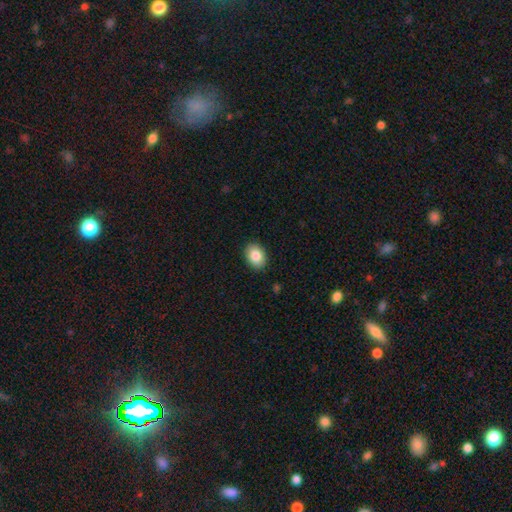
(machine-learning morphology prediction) smooth_or_featured: smooth (p=0.86) [alt: star or artifact p=0.08]
how_rounded: in between (p=0.73) [alt: round p=0.26]
merging: none (p=0.89) [alt: minor disturbance p=0.08]